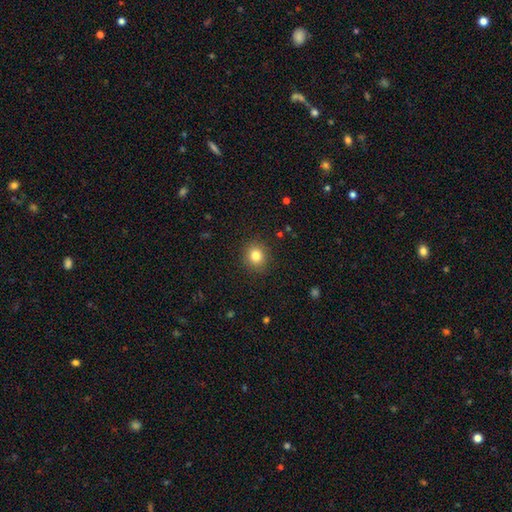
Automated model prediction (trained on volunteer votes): smooth_or_featured: smooth (p=0.81) [alt: star or artifact p=0.12]
how_rounded: round (p=0.83) [alt: in between p=0.17]
merging: none (p=0.89) [alt: minor disturbance p=0.07]